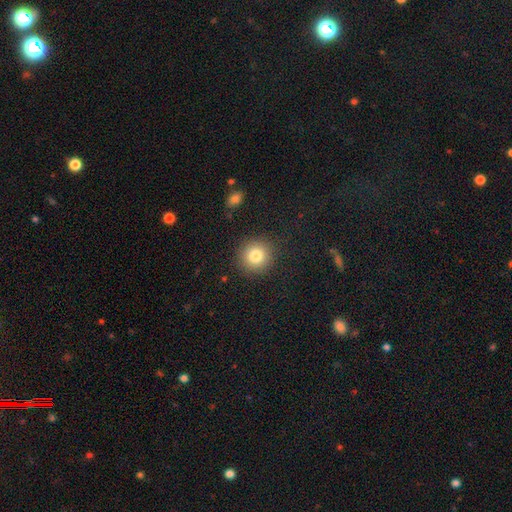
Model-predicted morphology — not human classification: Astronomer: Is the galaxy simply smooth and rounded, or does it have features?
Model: smooth — 81%.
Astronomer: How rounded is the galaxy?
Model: round — 92%.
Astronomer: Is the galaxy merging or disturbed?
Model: none — 89%.